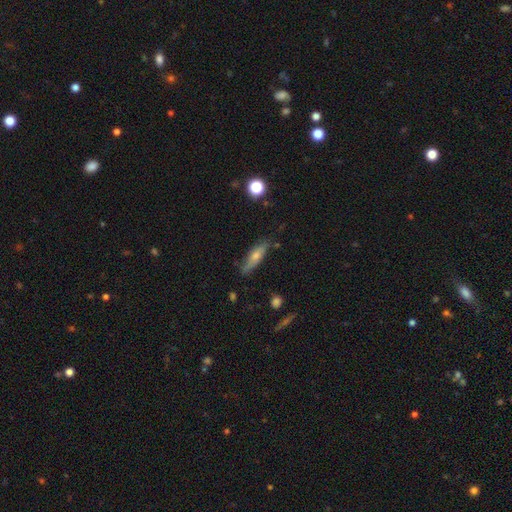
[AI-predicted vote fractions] A smooth galaxy with no disk features (47%).

Vote fractions:
- Smooth or featured? smooth: 47% / featured or disk: 43% / star or artifact: 9%
- Merging? none: 76% / minor disturbance: 18% / major disturbance: 4% / merger: 2%